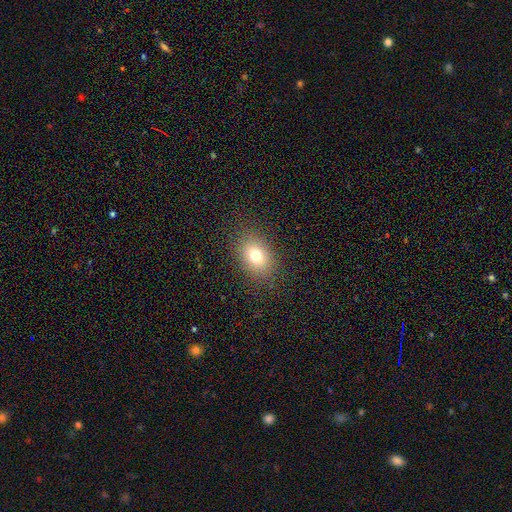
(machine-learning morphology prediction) smooth_or_featured: smooth (p=0.75) [alt: star or artifact p=0.14]
how_rounded: in between (p=0.68) [alt: round p=0.31]
merging: none (p=0.86) [alt: minor disturbance p=0.09]